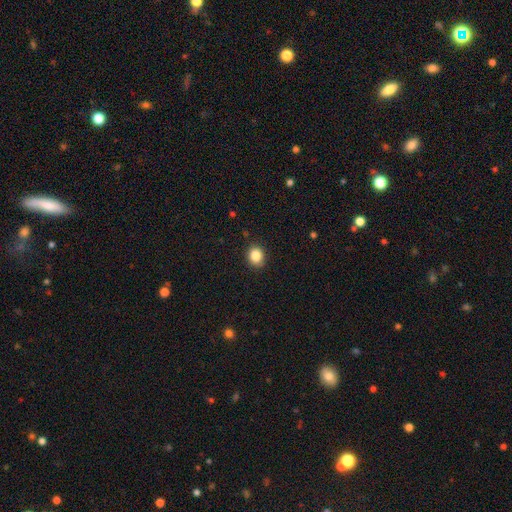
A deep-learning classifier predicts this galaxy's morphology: Smooth or featured? Predicted: smooth (p=0.86). How rounded? Predicted: round (p=0.63). Merging? Predicted: none (p=0.89).